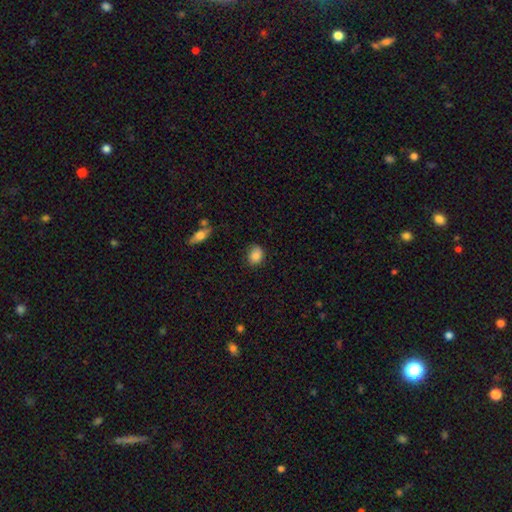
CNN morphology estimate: This is clearly a smooth galaxy (84%). How rounded: possibly round (59%). Merging: likely none (75%).